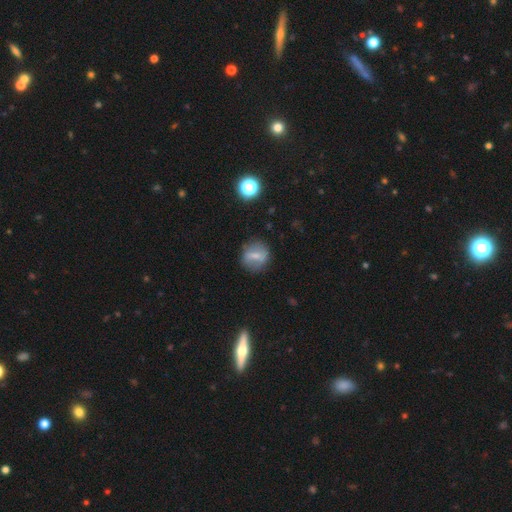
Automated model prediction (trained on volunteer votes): This is possibly a smooth galaxy (50%). How rounded: likely round (75%). Merging: likely none (79%).